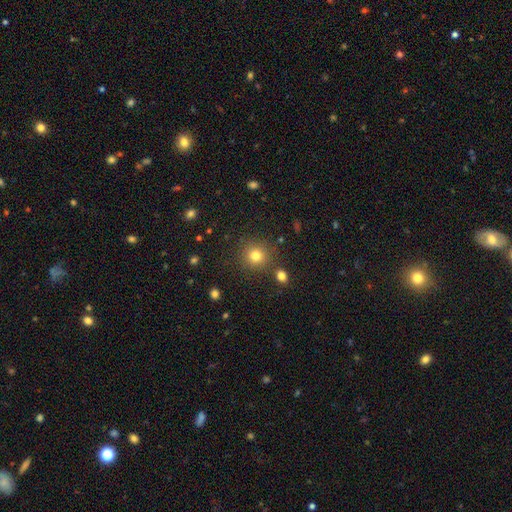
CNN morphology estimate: smooth-or-featured: smooth: 80% | star or artifact: 14% | featured or disk: 7%
  how-rounded: round: 93% | in between: 6% | cigar-shaped: 1%
  merging: none: 84% | minor disturbance: 8% | merger: 5% | major disturbance: 3%